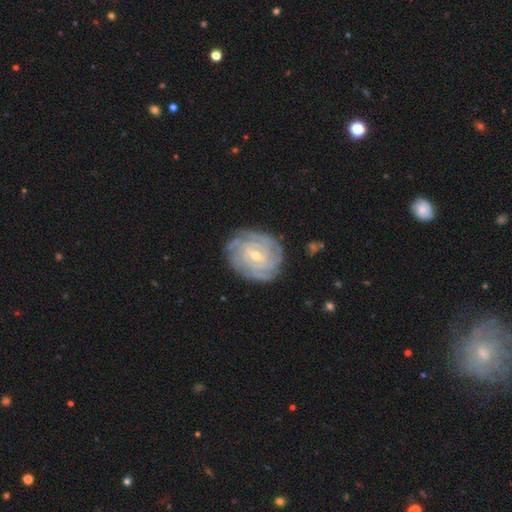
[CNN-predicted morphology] This appears to be a featured or disk galaxy (87%) with a weak bar (49%), tight (83%) spiral arms (97%) and a small central bulge (53%). Merging: none (81%).